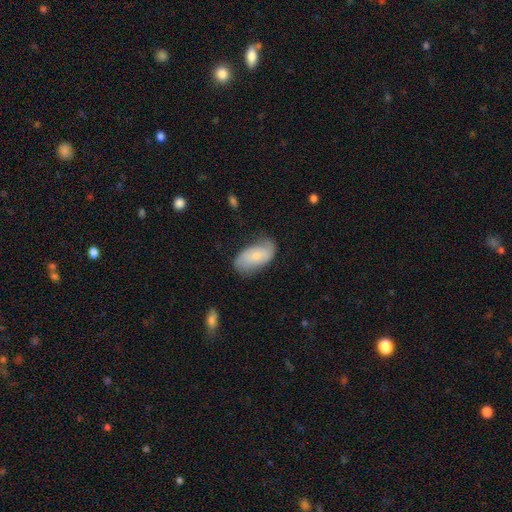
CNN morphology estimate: type=smooth (55%); roundness=in between (93%); merging=none (62%).